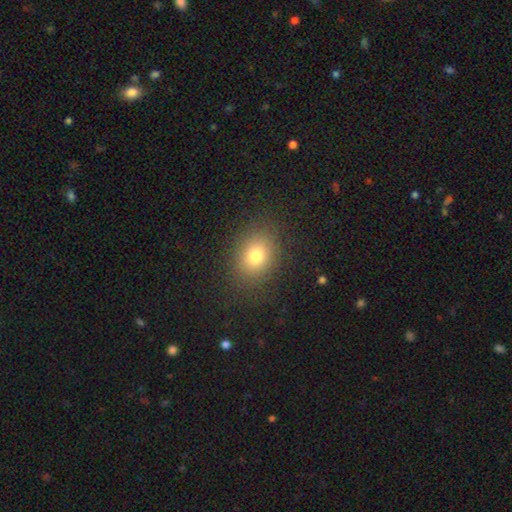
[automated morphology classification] Smooth or featured? Predicted: smooth (p=0.77). How rounded? Predicted: round (p=0.52). Merging? Predicted: none (p=0.86).